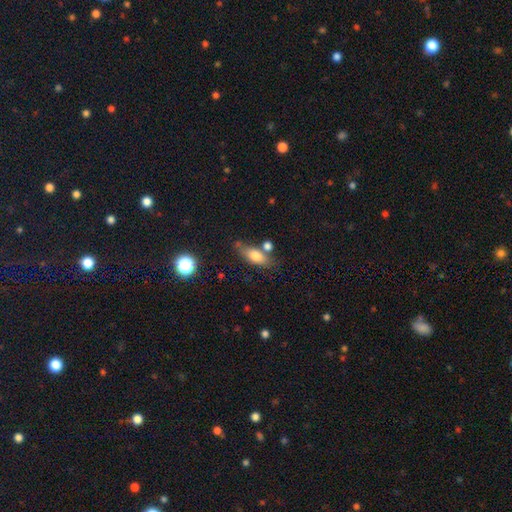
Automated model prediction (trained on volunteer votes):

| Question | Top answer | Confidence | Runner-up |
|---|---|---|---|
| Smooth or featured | smooth | 71% | featured or disk (20%) |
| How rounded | in between | 72% | cigar-shaped (23%) |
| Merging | none | 61% | minor disturbance (18%) |